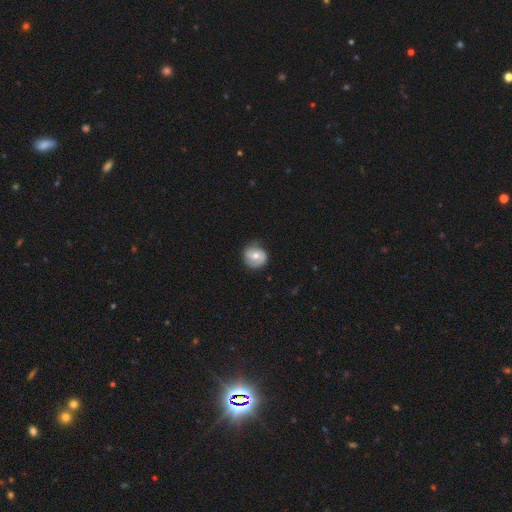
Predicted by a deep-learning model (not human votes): smooth-or-featured: featured or disk: 48% | smooth: 45% | star or artifact: 7%
  merging: none: 74% | minor disturbance: 20% | major disturbance: 5% | merger: 1%